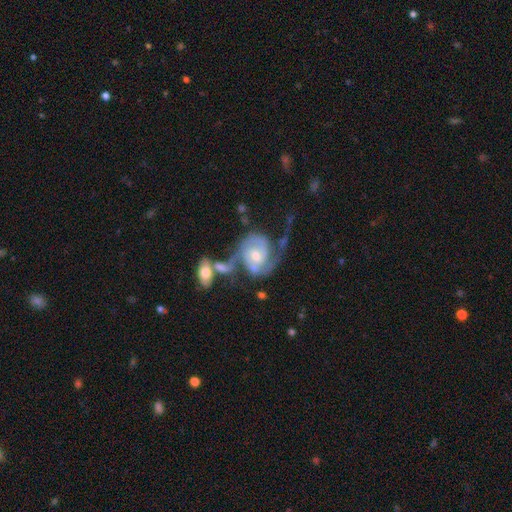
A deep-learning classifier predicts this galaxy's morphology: Smooth or featured: featured or disk — 90% (smooth — 5%)
Edge-on disk: no — 98% (yes — 2%)
Bar: no — 53% (weak — 36%)
Spiral arms: yes — 97% (no — 3%)
Spiral winding: tight — 50% (medium — 40%)
Spiral arm count: 2 — 71% (3 — 10%)
Bulge size: moderate — 56% (small — 39%)
Merging: none — 38% (merger — 26%)